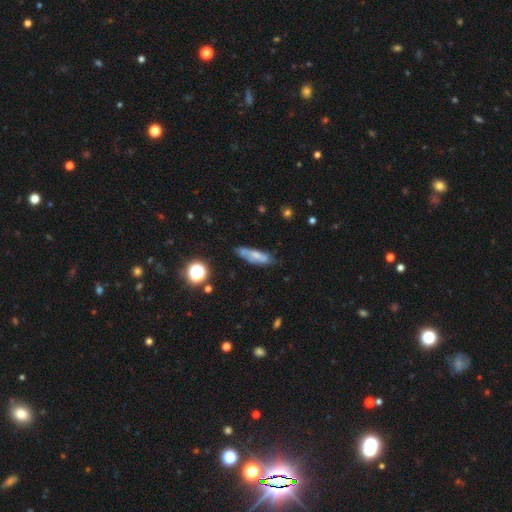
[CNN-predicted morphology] type=smooth (49%); merging=none (58%).